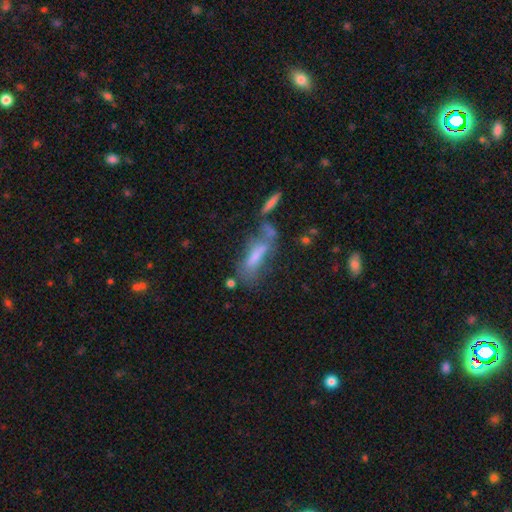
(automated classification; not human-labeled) Smooth or featured: smooth — 56% (featured or disk — 32%)
How rounded: cigar-shaped — 51% (in between — 46%)
Merging: none — 37% (merger — 24%)